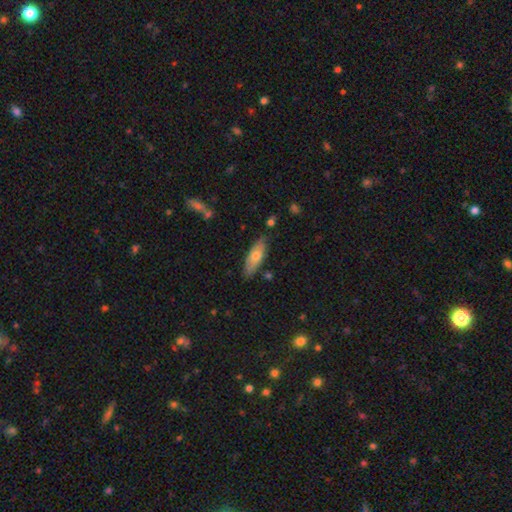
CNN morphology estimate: This is likely a smooth galaxy (62%). How rounded: likely in between (63%). Merging: likely none (77%).